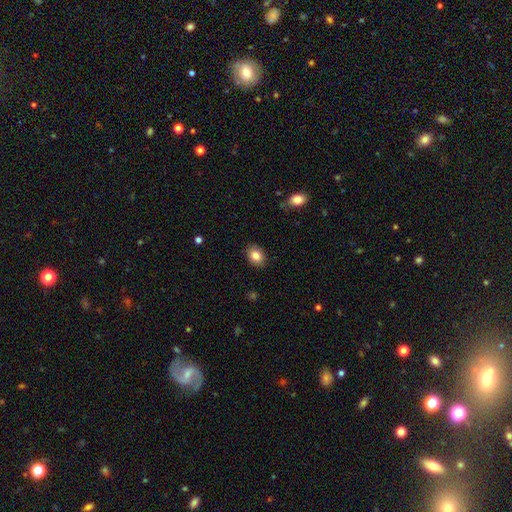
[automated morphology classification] A smooth galaxy with no disk features (84%) that is in between round and cigar-shaped (60%). Merging: none (88%).